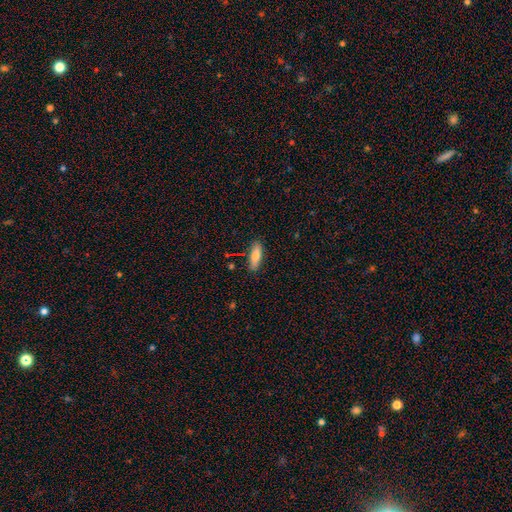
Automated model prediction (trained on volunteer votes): Smooth or featured?
  - smooth: 78% *
  - featured or disk: 16%
  - star or artifact: 7%
How rounded?
  - in between: 54% *
  - cigar-shaped: 44%
  - round: 2%
Merging?
  - none: 84% *
  - minor disturbance: 12%
  - major disturbance: 2%
  - merger: 2%